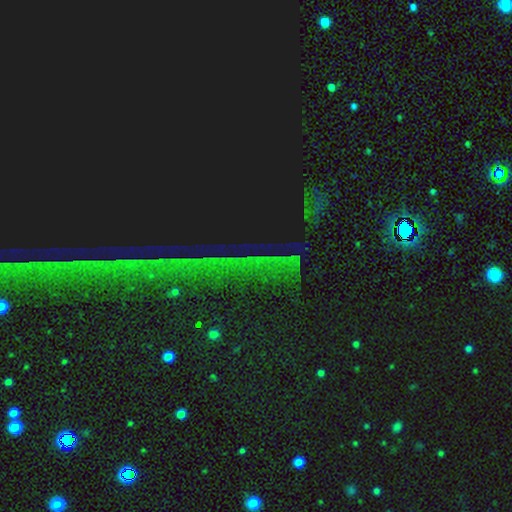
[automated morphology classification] Smooth or featured?
  - star or artifact: 84% *
  - smooth: 9%
  - featured or disk: 8%